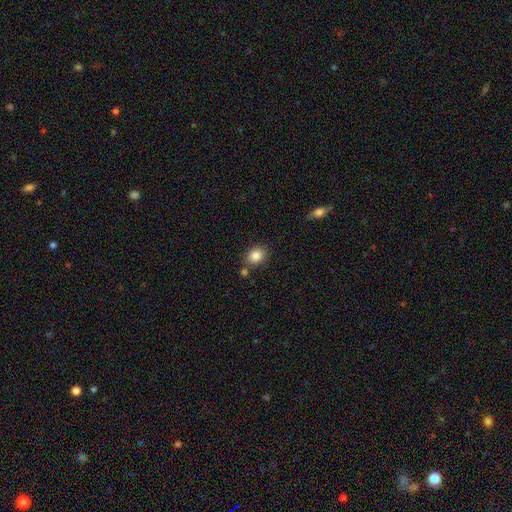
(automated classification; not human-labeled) A smooth galaxy with no disk features (85%) that is round (51%).

Vote fractions:
- Smooth or featured? smooth: 85% / star or artifact: 9% / featured or disk: 5%
- How rounded? round: 51% / in between: 48% / cigar-shaped: 1%
- Merging? none: 77% / minor disturbance: 12% / merger: 8% / major disturbance: 3%